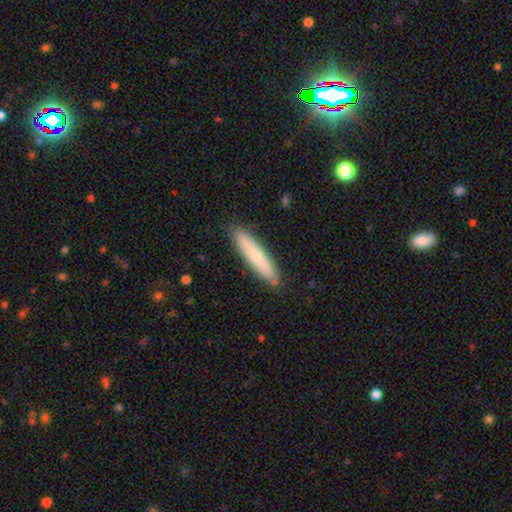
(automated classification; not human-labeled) smooth_or_featured: smooth (p=0.69) [alt: featured or disk p=0.25]
how_rounded: cigar-shaped (p=0.89) [alt: in between p=0.10]
merging: none (p=0.90) [alt: minor disturbance p=0.07]